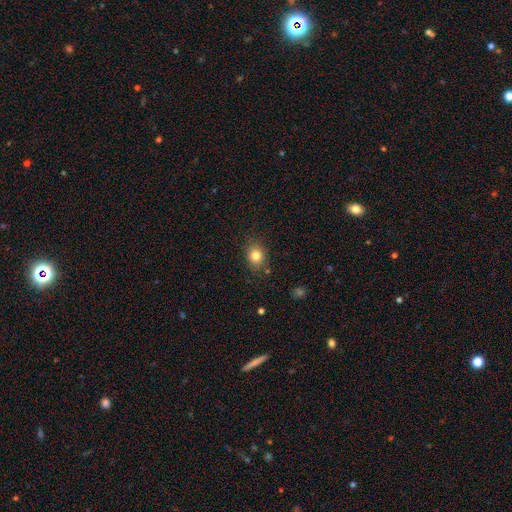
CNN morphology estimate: Smooth or featured? smooth (81%)
How rounded? round (60%)
Merging? none (83%)